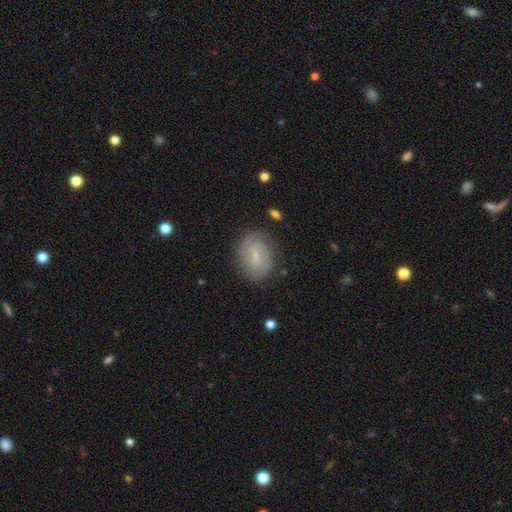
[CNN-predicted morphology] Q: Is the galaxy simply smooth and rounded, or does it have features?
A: featured or disk — 49%.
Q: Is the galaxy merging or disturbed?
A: none — 79%.